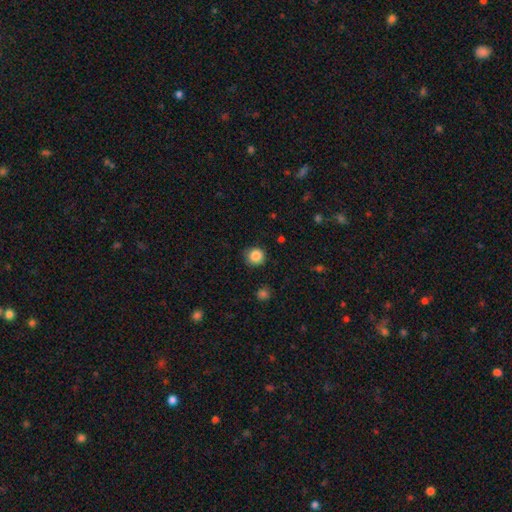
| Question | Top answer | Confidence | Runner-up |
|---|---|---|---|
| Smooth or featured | smooth | 88% | star or artifact (8%) |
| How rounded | round | 97% | in between (3%) |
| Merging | none | 86% | minor disturbance (8%) |